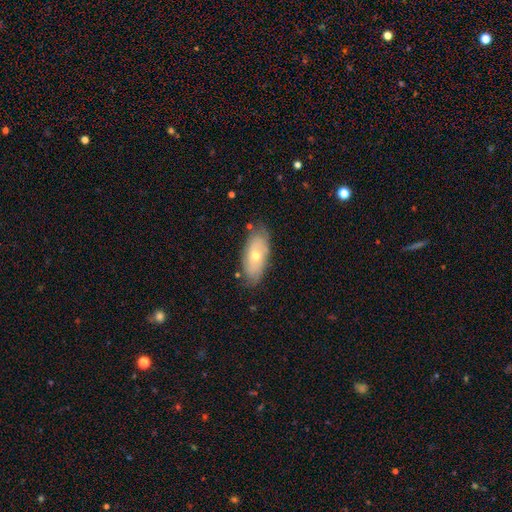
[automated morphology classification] Smooth or featured? Predicted: smooth (p=0.50). Merging? Predicted: none (p=0.77).